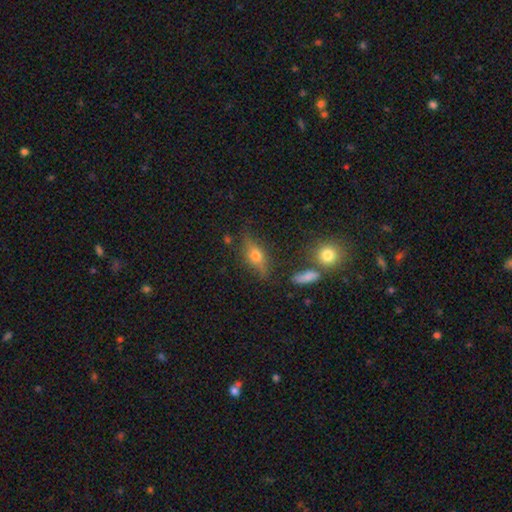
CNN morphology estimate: The model was most divided on "smooth or featured": featured or disk: 48%, smooth: 40%, star or artifact: 12%. More confident: merging — none (75%).